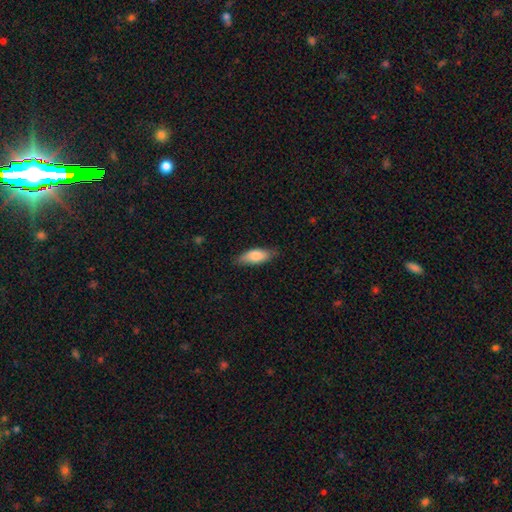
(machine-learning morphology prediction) Overall: smooth (78%). How rounded: in between (75%). Merging: none (78%).